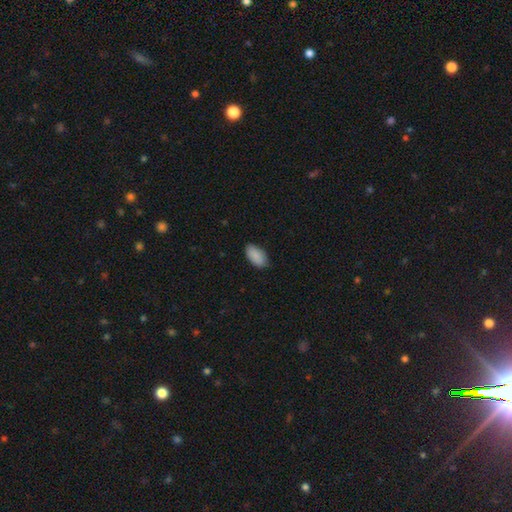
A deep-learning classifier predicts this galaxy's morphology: smooth_or_featured: smooth (p=0.90) [alt: star or artifact p=0.06]
how_rounded: in between (p=0.95) [alt: round p=0.03]
merging: none (p=0.82) [alt: minor disturbance p=0.15]